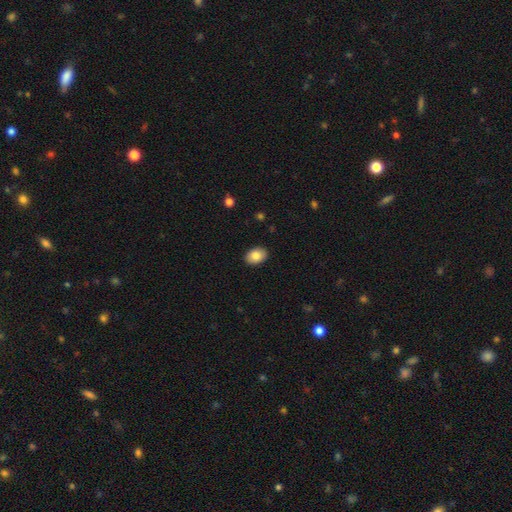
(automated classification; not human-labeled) smooth 83%, featured or disk 9%, star or artifact 7%. Down the decision tree: how rounded — in between (79%); merging — none (90%).